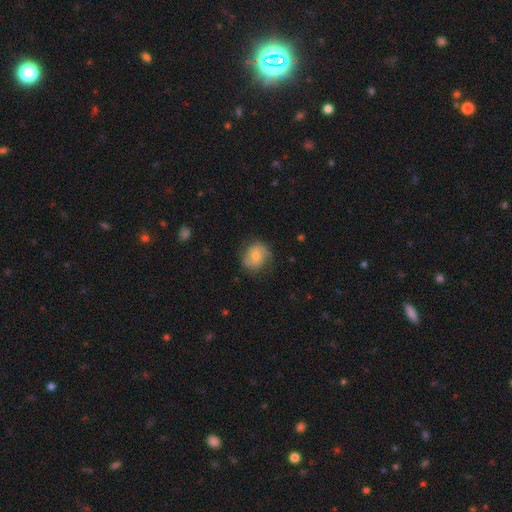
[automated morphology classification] The model was most divided on "smooth or featured": smooth: 57%, featured or disk: 35%, star or artifact: 8%. More confident: merging — none (70%); how rounded — round (65%).